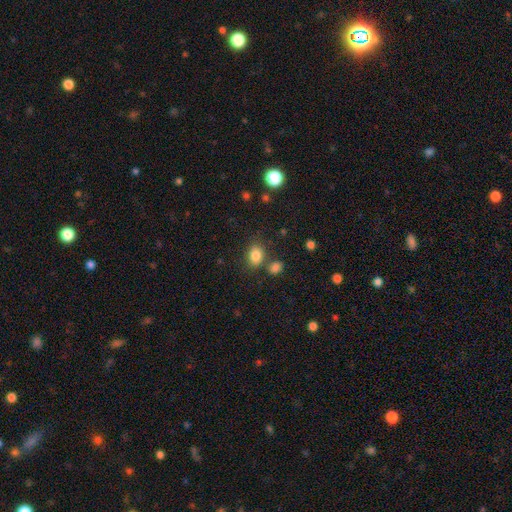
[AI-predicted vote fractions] Smooth or featured: smooth — 83% (star or artifact — 11%)
How rounded: in between — 63% (round — 35%)
Merging: none — 67% (merger — 15%)